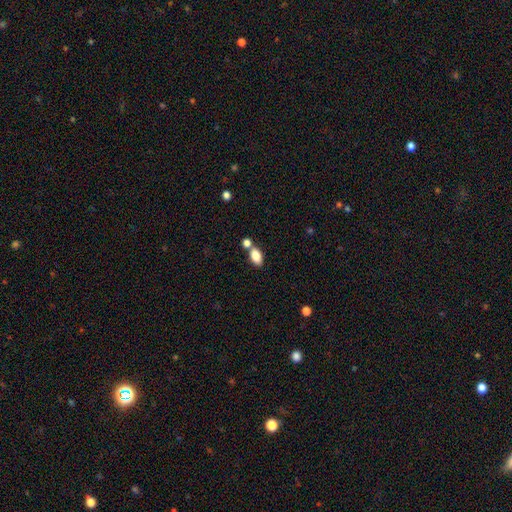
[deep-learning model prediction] smooth 83%, star or artifact 8%, featured or disk 8%. Down the decision tree: how rounded — in between (90%); merging — none (62%).